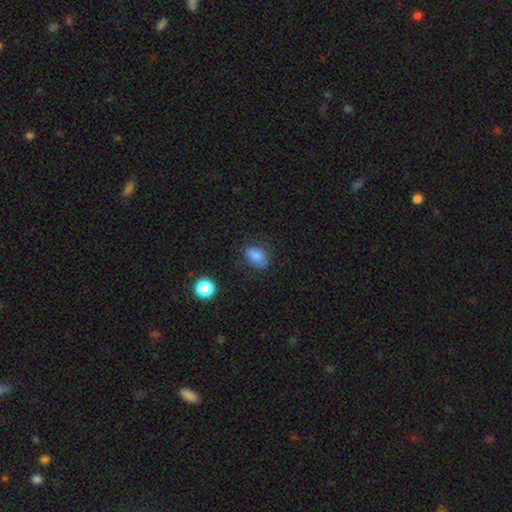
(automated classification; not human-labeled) Smooth or featured? smooth (80%)
How rounded? in between (80%)
Merging? none (66%)